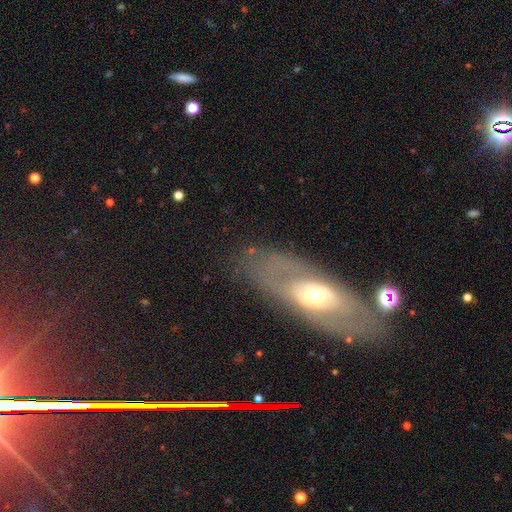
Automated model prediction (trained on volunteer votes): Smooth or featured? featured or disk (57%)
Edge-on disk? no (77%)
Merging? none (71%)